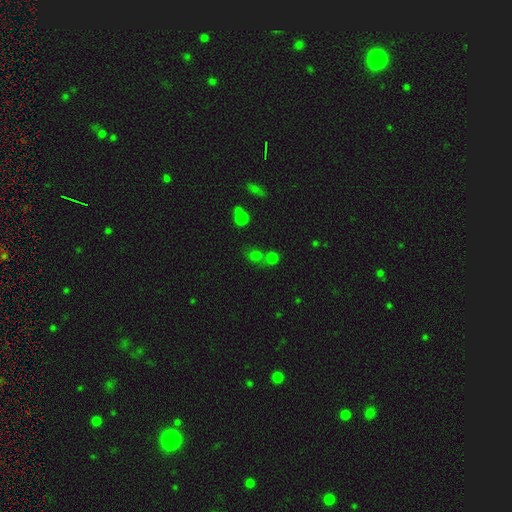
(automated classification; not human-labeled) Smooth or featured? smooth (64%)
How rounded? round (79%)
Merging? none (58%)